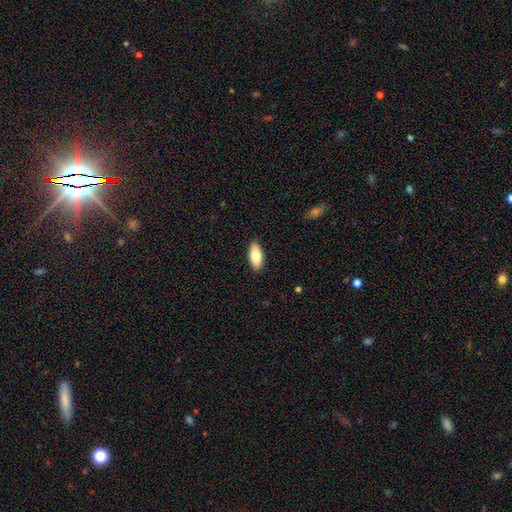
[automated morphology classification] Overall: smooth (78%). How rounded: in between (85%). Merging: none (90%).